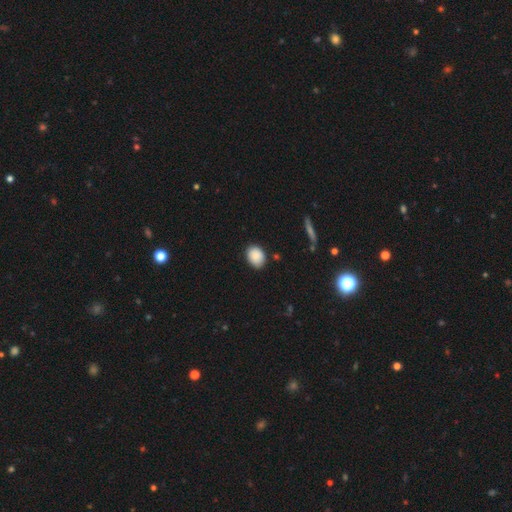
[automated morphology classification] type=smooth (88%); roundness=in between (62%); merging=none (84%).